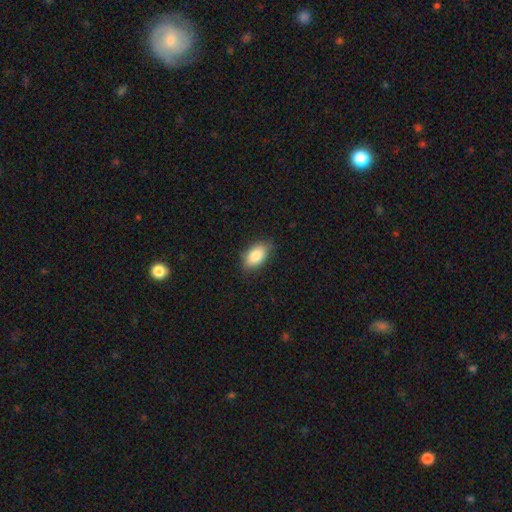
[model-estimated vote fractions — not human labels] Smooth or featured? smooth (85%)
How rounded? in between (91%)
Merging? none (81%)